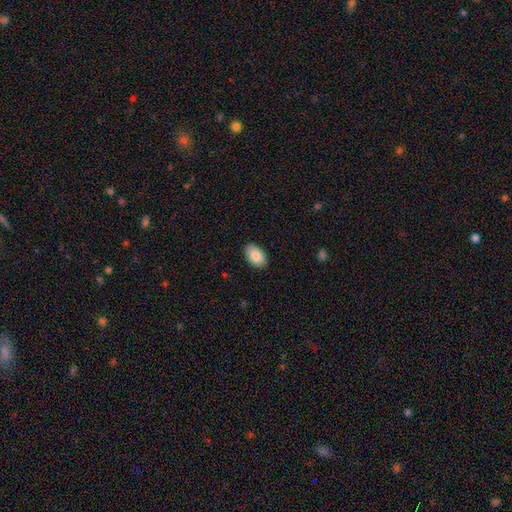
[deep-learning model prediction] A smooth galaxy with no disk features (87%) that is in between round and cigar-shaped (93%). Merging: none (88%).